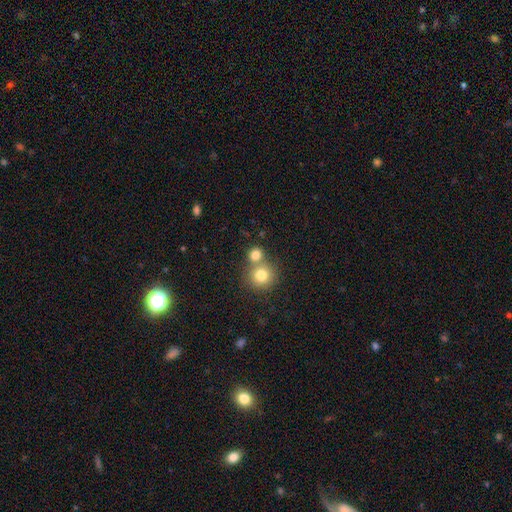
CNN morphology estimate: Overall: smooth (78%). How rounded: round (86%). Merging: none (54%; merger 37%).